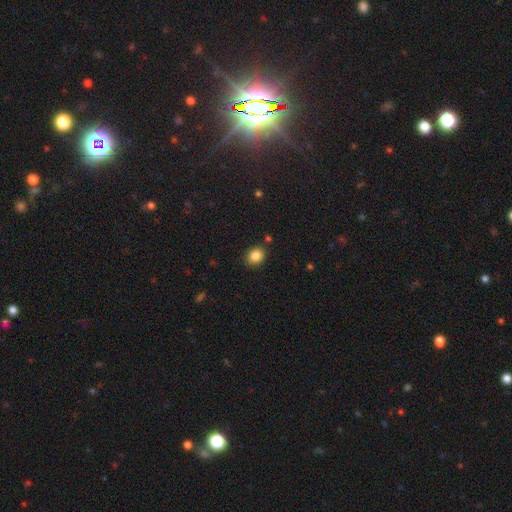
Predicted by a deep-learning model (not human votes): Q: Smooth or featured?
A: smooth (85%); runner-up: star or artifact (10%)
Q: How rounded?
A: round (62%); runner-up: in between (37%)
Q: Merging?
A: none (85%); runner-up: minor disturbance (10%)